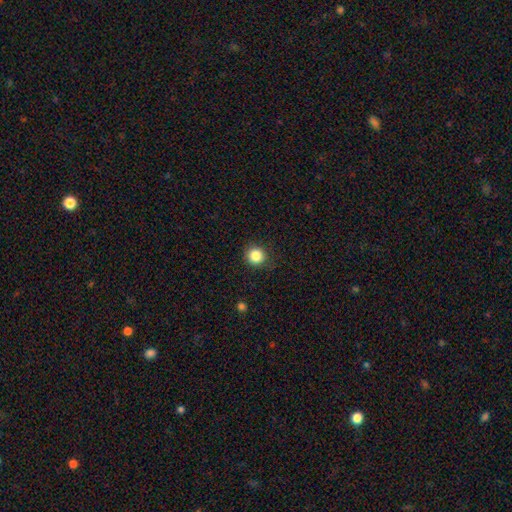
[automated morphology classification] This is clearly a smooth galaxy (85%). How rounded: clearly round (93%). Merging: clearly none (88%).